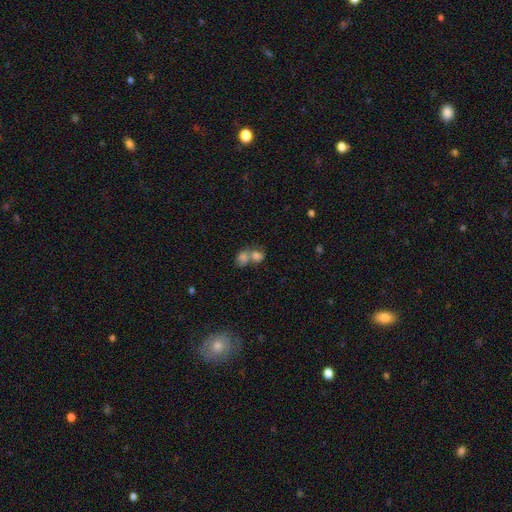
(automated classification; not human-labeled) Morphology: type=smooth (71%); roundness=in between (56%); merging=merger (66%).